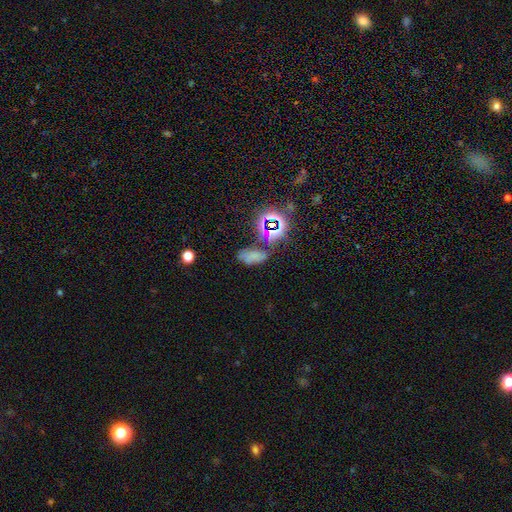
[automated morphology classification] The model was most divided on "smooth or featured": smooth: 52%, star or artifact: 35%, featured or disk: 14%. More confident: how rounded — in between (87%); merging — none (53%).